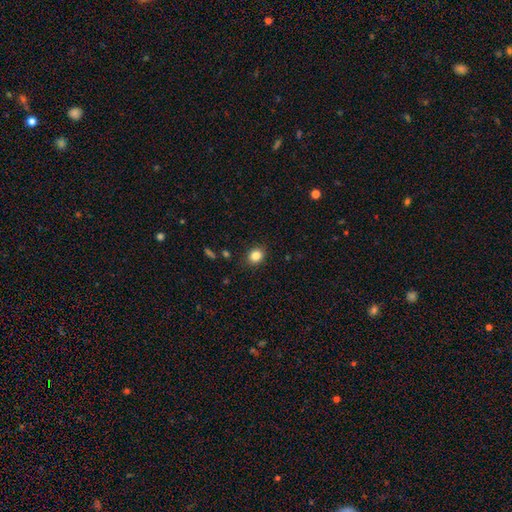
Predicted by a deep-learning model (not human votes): Smooth or featured? Predicted: smooth (p=0.85). How rounded? Predicted: round (p=0.62). Merging? Predicted: none (p=0.88).